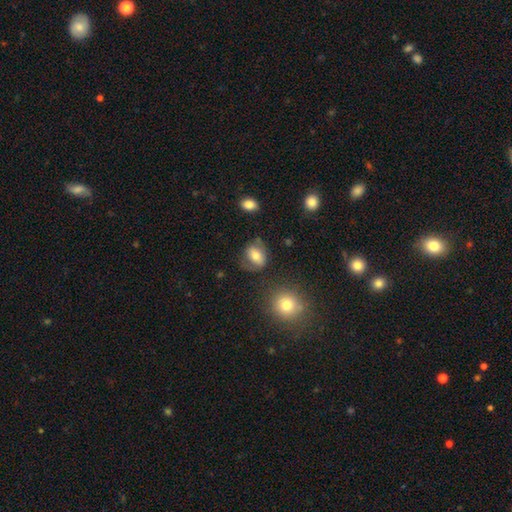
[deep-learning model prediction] The model was most divided on "how rounded": in between: 55%, round: 44%, cigar-shaped: 1%. More confident: smooth or featured — smooth (68%); merging — none (65%).